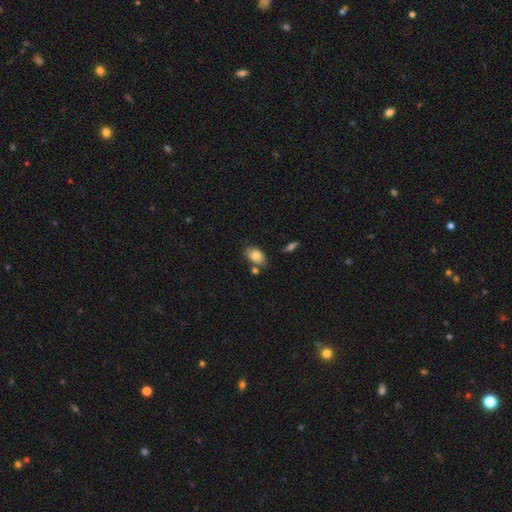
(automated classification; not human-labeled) Overall: smooth (82%). How rounded: in between (88%). Merging: none (72%).